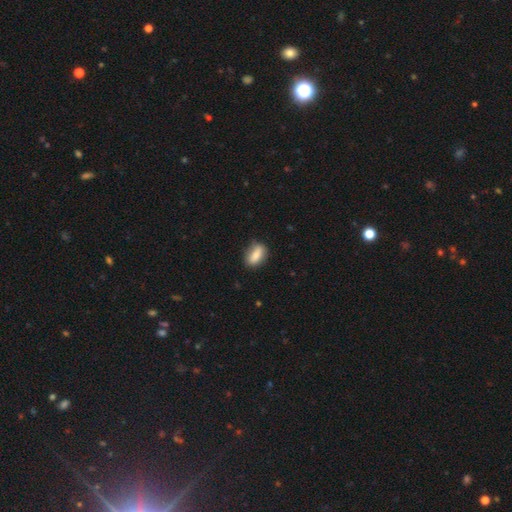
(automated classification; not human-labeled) Smooth or featured?
  - smooth: 78% *
  - featured or disk: 15%
  - star or artifact: 7%
How rounded?
  - in between: 81% *
  - round: 11%
  - cigar-shaped: 8%
Merging?
  - none: 77% *
  - minor disturbance: 18%
  - major disturbance: 3%
  - merger: 1%